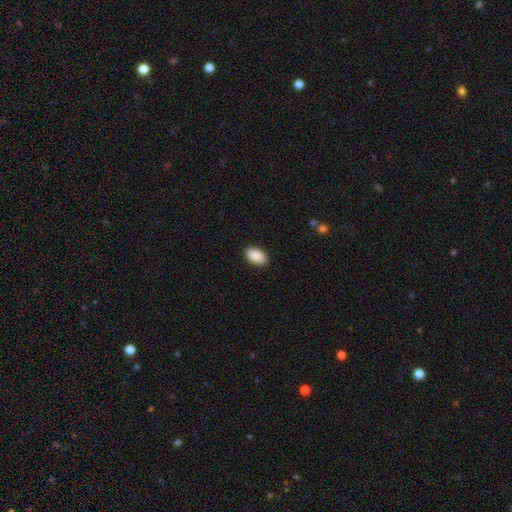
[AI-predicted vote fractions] Smooth or featured: smooth — 91% (star or artifact — 7%)
How rounded: in between — 93% (round — 6%)
Merging: none — 90% (minor disturbance — 8%)